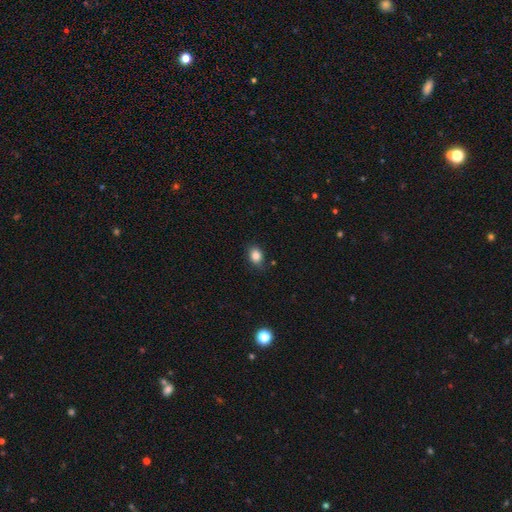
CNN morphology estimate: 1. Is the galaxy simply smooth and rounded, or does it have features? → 85% smooth, 10% star or artifact, 6% featured or disk.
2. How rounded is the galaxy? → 65% in between, 33% round, 1% cigar-shaped.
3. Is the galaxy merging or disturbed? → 80% none, 15% minor disturbance, 3% major disturbance, 1% merger.